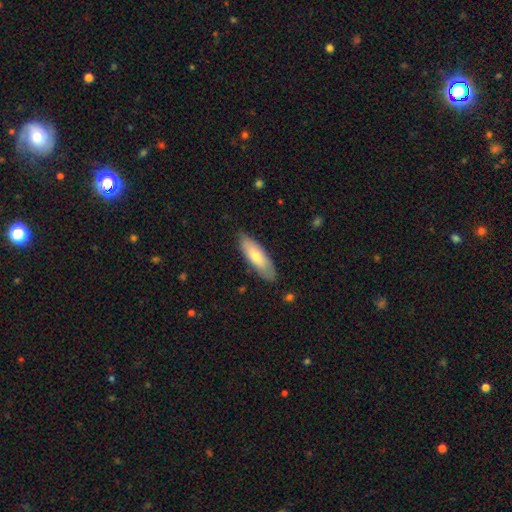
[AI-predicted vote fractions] Morphology: type=smooth (70%); roundness=in between (57%); merging=none (83%).